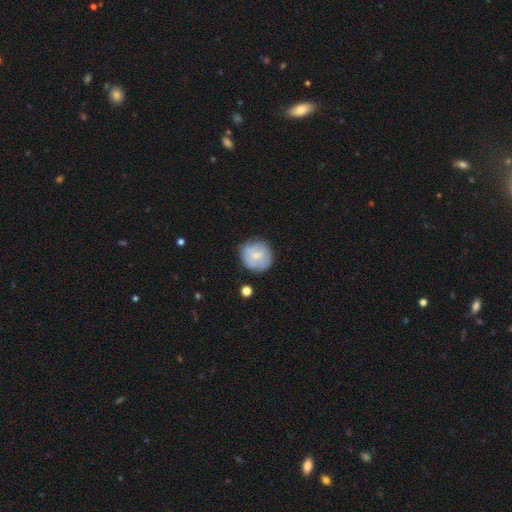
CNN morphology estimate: This is possibly a smooth galaxy (50%). Merging: likely none (72%).